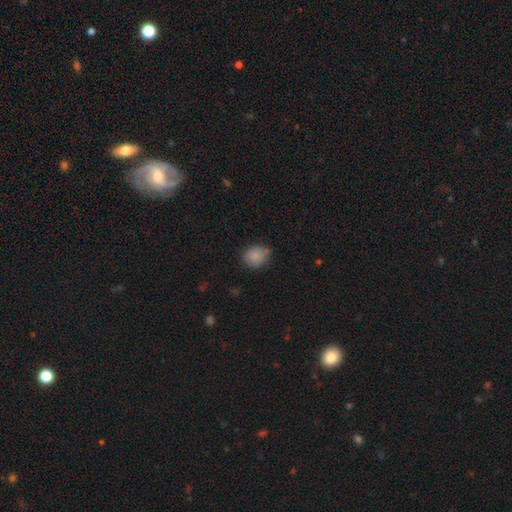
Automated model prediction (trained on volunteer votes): A smooth galaxy with no disk features (86%) that is round (68%).

Vote fractions:
- Smooth or featured? smooth: 86% / star or artifact: 9% / featured or disk: 5%
- How rounded? round: 68% / in between: 31% / cigar-shaped: 1%
- Merging? none: 72% / minor disturbance: 20% / merger: 4% / major disturbance: 4%